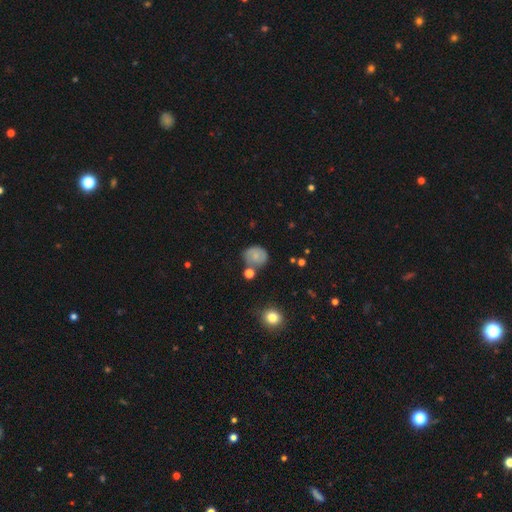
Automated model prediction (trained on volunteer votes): Q: Smooth or featured?
A: smooth (66%); runner-up: featured or disk (23%)
Q: How rounded?
A: round (77%); runner-up: in between (22%)
Q: Merging?
A: none (62%); runner-up: minor disturbance (21%)